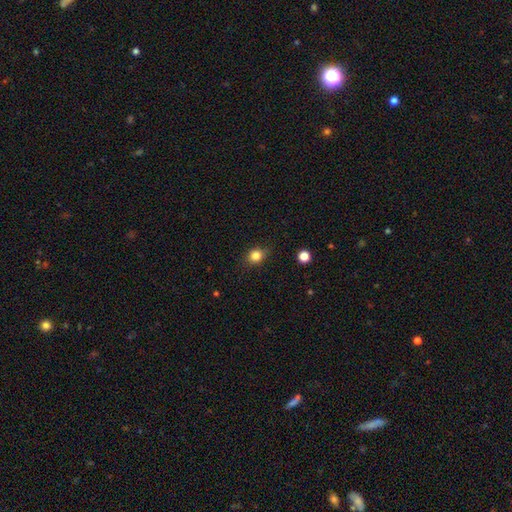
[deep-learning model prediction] Q: Smooth or featured?
A: smooth (82%); runner-up: star or artifact (12%)
Q: How rounded?
A: round (68%); runner-up: in between (31%)
Q: Merging?
A: none (80%); runner-up: minor disturbance (15%)